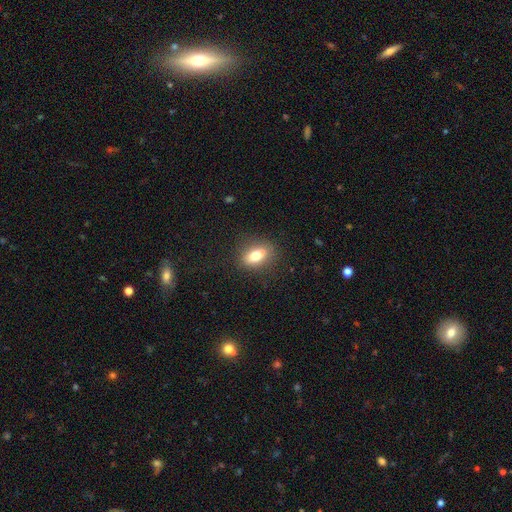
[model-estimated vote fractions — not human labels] smooth 72%, featured or disk 19%, star or artifact 9%. Down the decision tree: how rounded — in between (77%); merging — none (84%).